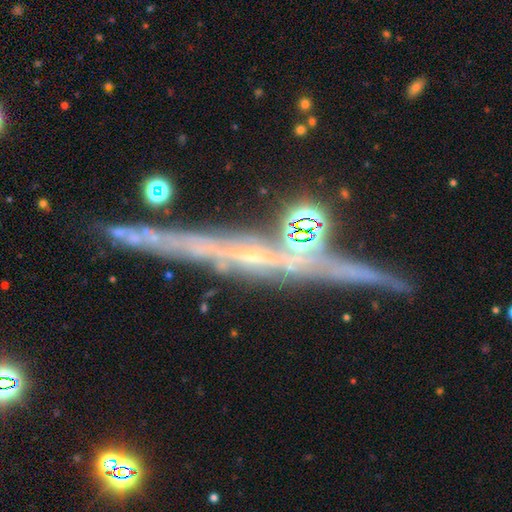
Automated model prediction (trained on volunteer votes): Smooth or featured? featured or disk (74%)
Edge-on disk? yes (94%)
Edge-on bulge? none (56%)
Merging? none (65%)